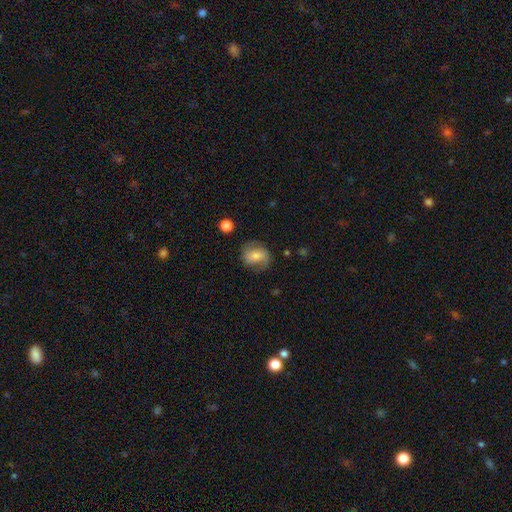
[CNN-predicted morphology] This is possibly a smooth galaxy (56%). How rounded: possibly round (52%). Merging: likely none (68%).